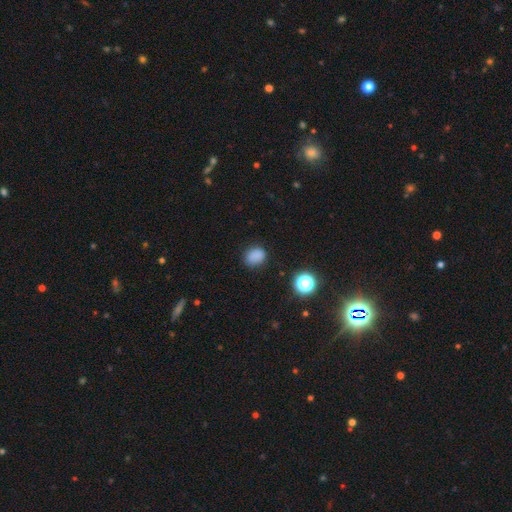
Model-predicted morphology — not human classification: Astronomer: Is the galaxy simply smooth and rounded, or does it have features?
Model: smooth — 82%.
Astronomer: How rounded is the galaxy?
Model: round — 50% (runner-up: in between, 49%).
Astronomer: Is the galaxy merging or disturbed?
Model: none — 81%.